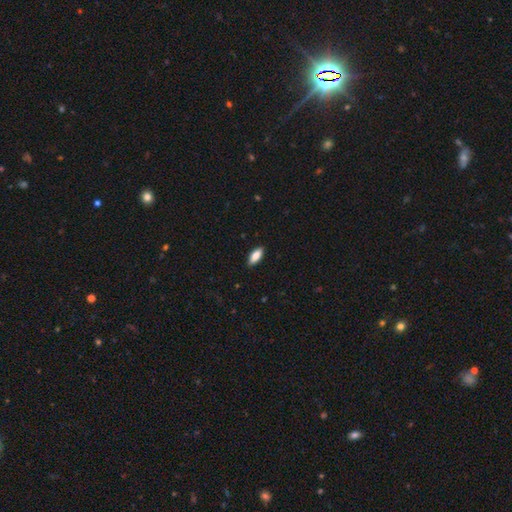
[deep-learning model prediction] Smooth or featured? smooth (84%)
How rounded? in between (79%)
Merging? none (89%)